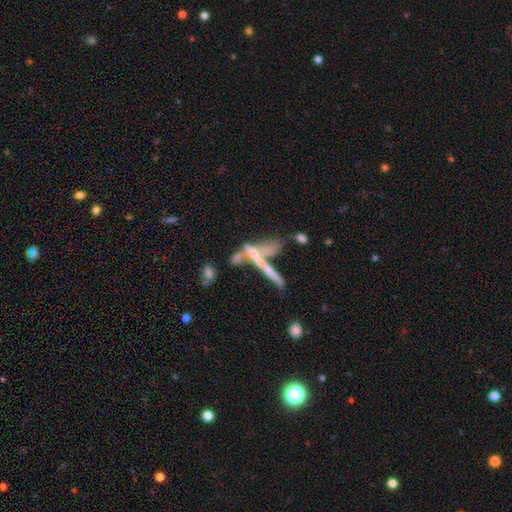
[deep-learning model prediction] Smooth or featured? Predicted: featured or disk (p=0.49). Merging? Predicted: merger (p=0.49).